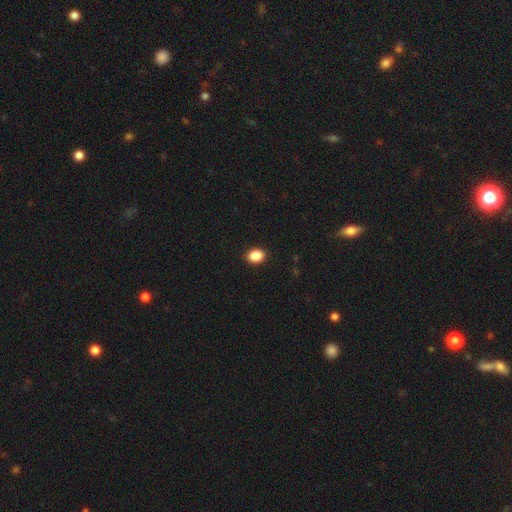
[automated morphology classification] smooth-or-featured: smooth: 89% | star or artifact: 9% | featured or disk: 3%
  how-rounded: in between: 63% | round: 36% | cigar-shaped: 1%
  merging: none: 91% | minor disturbance: 6% | major disturbance: 2% | merger: 1%